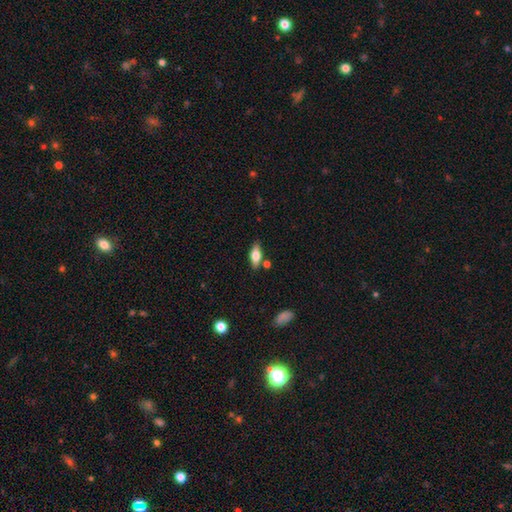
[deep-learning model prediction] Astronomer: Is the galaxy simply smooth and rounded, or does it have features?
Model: smooth — 61%.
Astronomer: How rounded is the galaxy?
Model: in between — 72%.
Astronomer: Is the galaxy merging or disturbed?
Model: none — 78%.